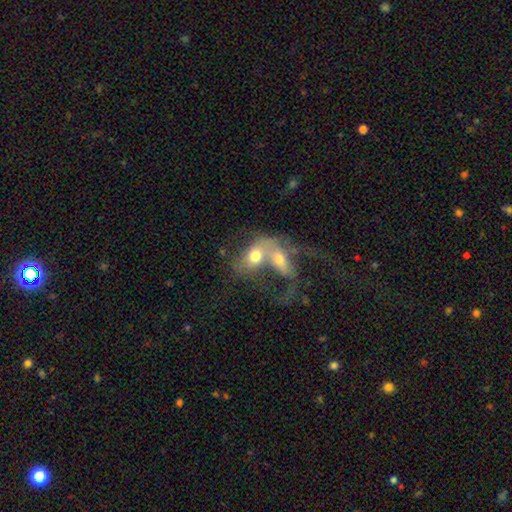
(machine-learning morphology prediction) smooth 46%, featured or disk 45%, star or artifact 9%. Down the decision tree: merging — merger (79%).